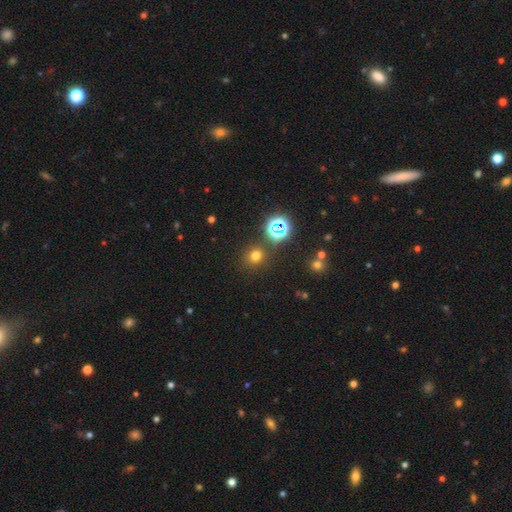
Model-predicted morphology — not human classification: This appears to be a smooth galaxy with no disk features (67%) that is round (86%). Merging: none (84%).